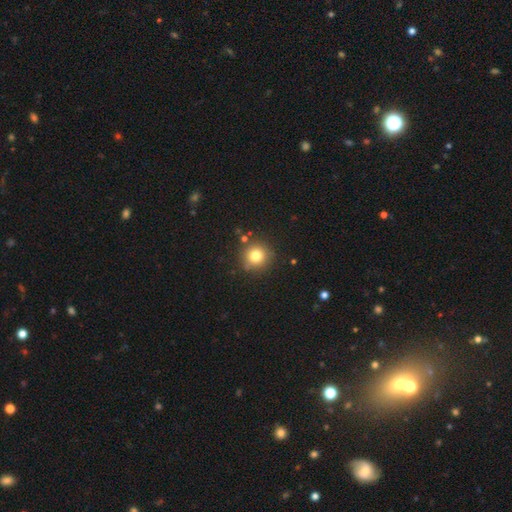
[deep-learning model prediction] This is likely a smooth galaxy (78%). How rounded: clearly round (93%). Merging: clearly none (84%).